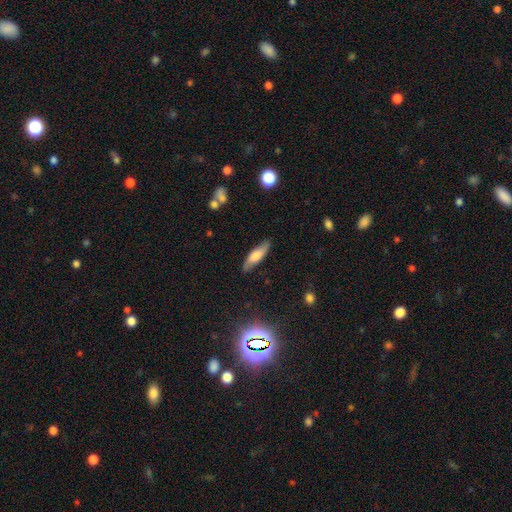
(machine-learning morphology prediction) Smooth or featured: smooth — 57% (featured or disk — 37%)
How rounded: cigar-shaped — 62% (in between — 36%)
Merging: none — 83% (minor disturbance — 13%)